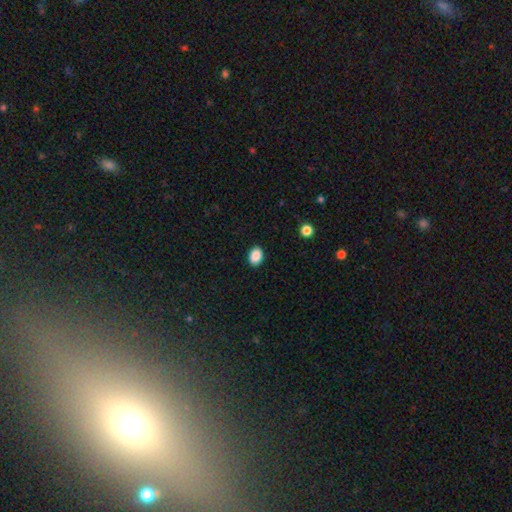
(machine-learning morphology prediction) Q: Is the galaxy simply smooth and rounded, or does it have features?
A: smooth — 89%.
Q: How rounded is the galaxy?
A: in between — 76%.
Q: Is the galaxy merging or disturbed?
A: none — 89%.